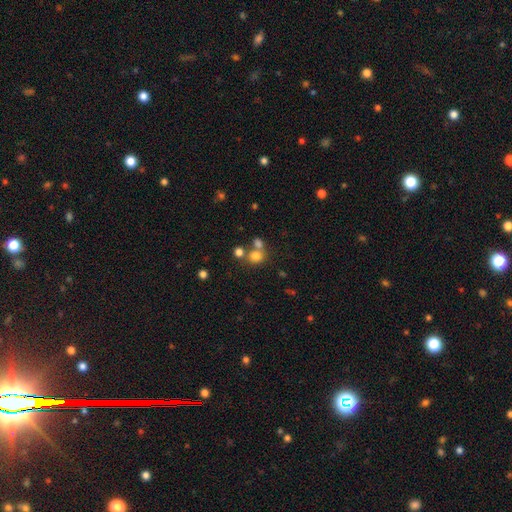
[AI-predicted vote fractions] Overall: smooth (74%). How rounded: round (81%). Merging: none (54%; merger 33%).